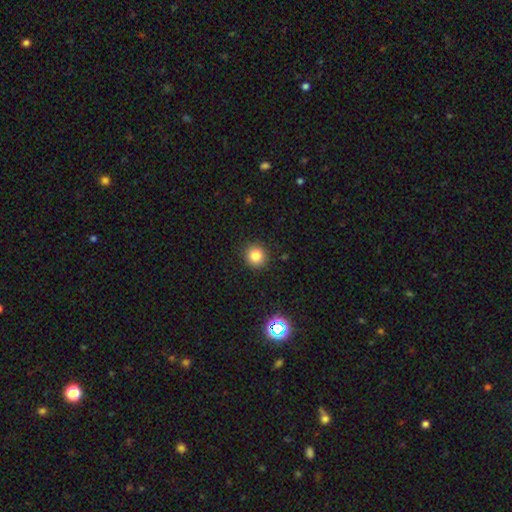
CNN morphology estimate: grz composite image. It shows a smooth galaxy with no disk features (82%) that is round (92%). Merging: none (91%).